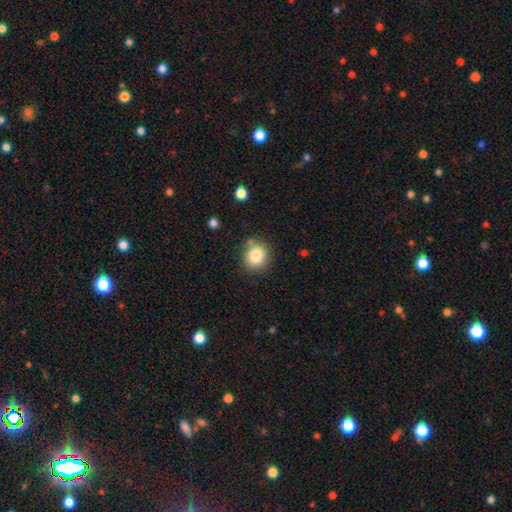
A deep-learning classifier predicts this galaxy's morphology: type=smooth (83%); roundness=round (77%); merging=none (81%).